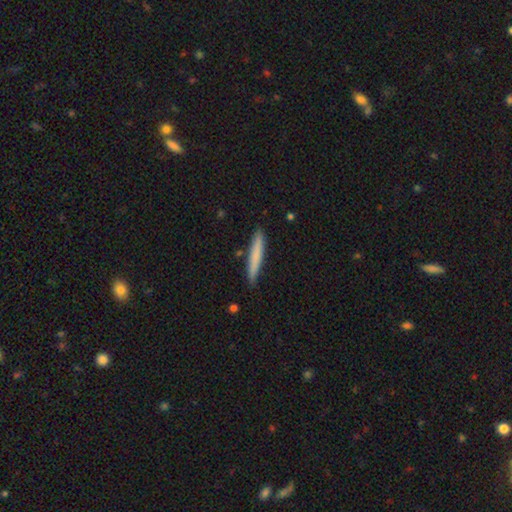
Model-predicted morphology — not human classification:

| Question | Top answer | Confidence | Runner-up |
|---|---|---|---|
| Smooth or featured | smooth | 74% | featured or disk (20%) |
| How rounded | cigar-shaped | 95% | in between (4%) |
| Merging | none | 88% | minor disturbance (9%) |